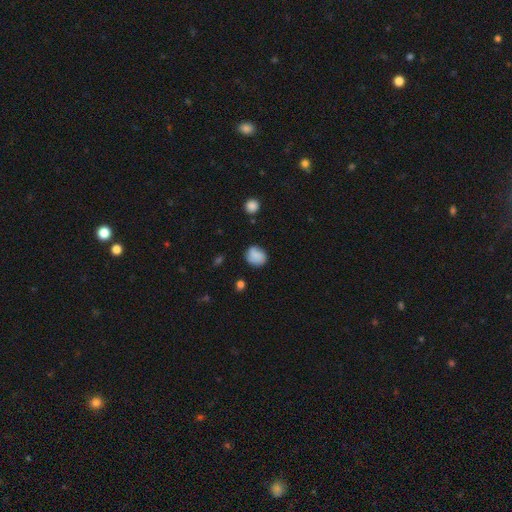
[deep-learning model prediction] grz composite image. It shows a smooth galaxy with no disk features (78%) that is round (66%). Merging: none (68%).